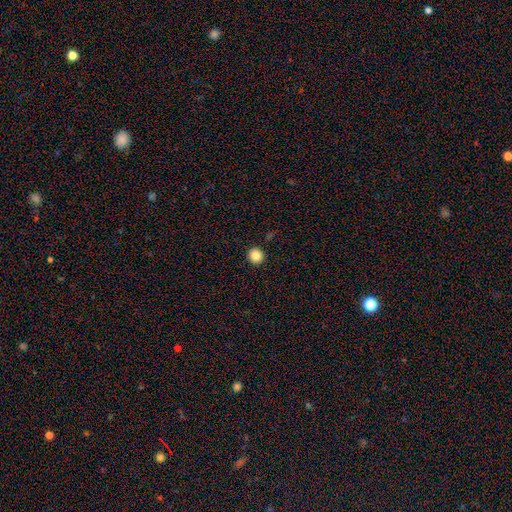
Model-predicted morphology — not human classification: The model was most divided on "smooth or featured": smooth: 85%, star or artifact: 10%, featured or disk: 5%. More confident: merging — none (93%); how rounded — round (93%).